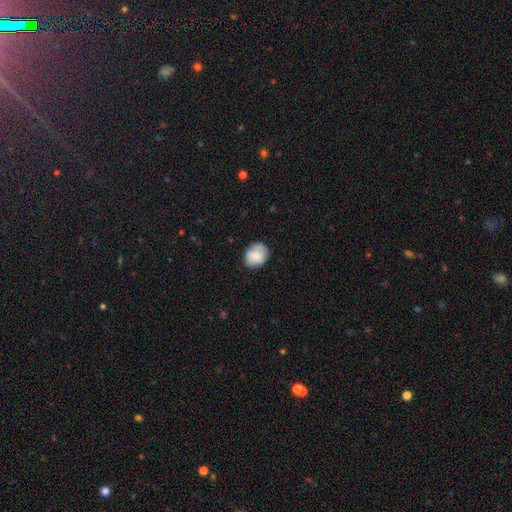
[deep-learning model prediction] Smooth or featured? Predicted: smooth (p=0.78). How rounded? Predicted: round (p=0.61). Merging? Predicted: none (p=0.81).